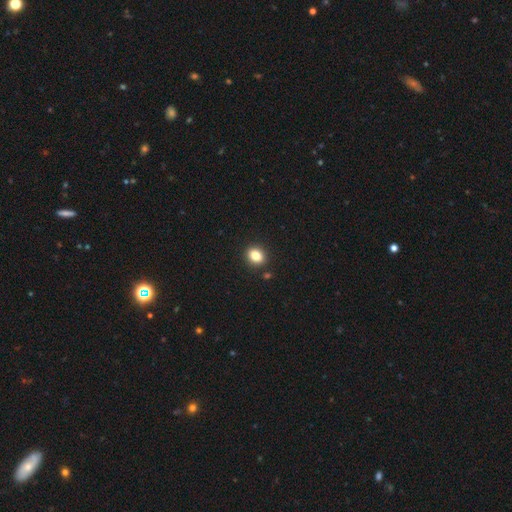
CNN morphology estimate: A smooth galaxy with no disk features (83%) that is round (54%).

Vote fractions:
- Smooth or featured? smooth: 83% / star or artifact: 11% / featured or disk: 7%
- How rounded? round: 54% / in between: 45% / cigar-shaped: 1%
- Merging? none: 90% / minor disturbance: 6% / merger: 2% / major disturbance: 2%